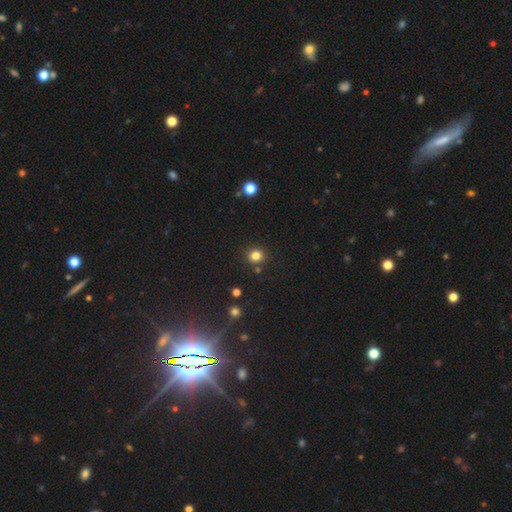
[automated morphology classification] Smooth or featured? smooth (82%)
How rounded? round (86%)
Merging? none (86%)